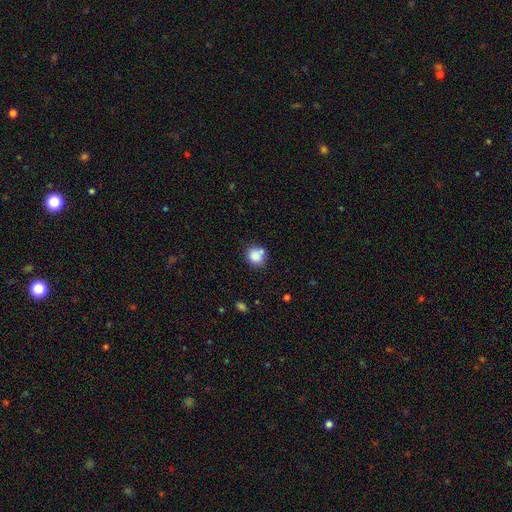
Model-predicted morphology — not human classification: Smooth or featured?
  - smooth: 81% *
  - star or artifact: 10%
  - featured or disk: 9%
How rounded?
  - round: 80% *
  - in between: 19%
  - cigar-shaped: 1%
Merging?
  - none: 60% *
  - merger: 21%
  - minor disturbance: 15%
  - major disturbance: 4%